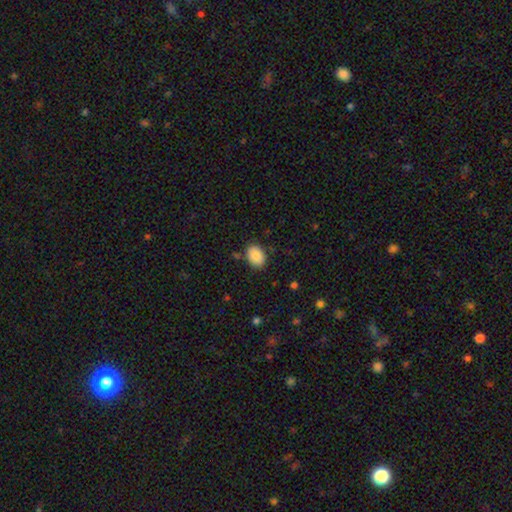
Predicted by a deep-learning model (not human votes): smooth-or-featured: smooth: 88% | star or artifact: 7% | featured or disk: 4%
  how-rounded: in between: 76% | round: 23% | cigar-shaped: 1%
  merging: none: 84% | minor disturbance: 11% | major disturbance: 3% | merger: 2%